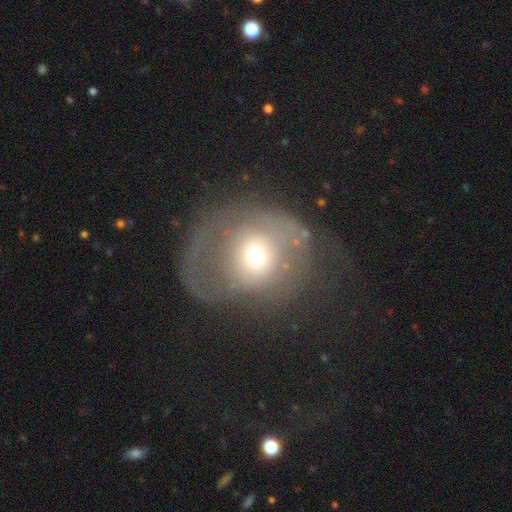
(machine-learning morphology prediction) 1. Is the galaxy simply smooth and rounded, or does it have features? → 45% smooth (tied), 45% featured or disk (tied), 10% star or artifact.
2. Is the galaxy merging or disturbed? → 48% major disturbance, 32% none, 17% minor disturbance, 3% merger.